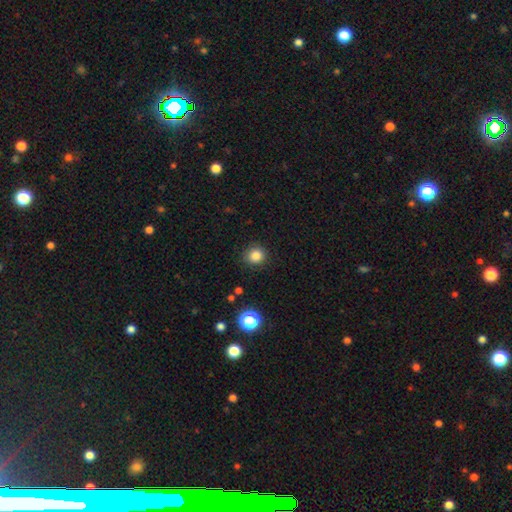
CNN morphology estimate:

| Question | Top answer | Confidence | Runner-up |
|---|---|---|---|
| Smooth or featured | smooth | 84% | star or artifact (12%) |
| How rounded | round | 88% | in between (11%) |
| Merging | none | 87% | minor disturbance (9%) |